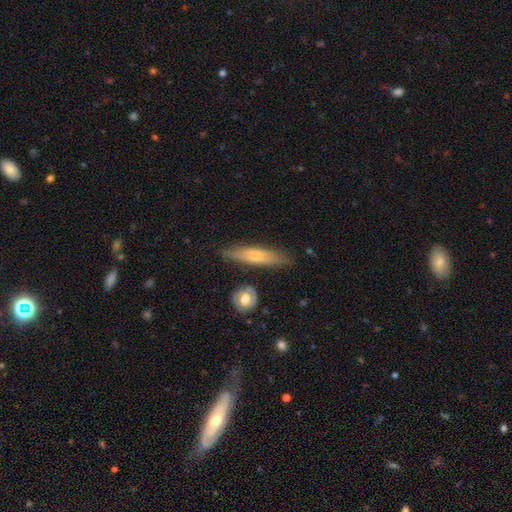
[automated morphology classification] The model was most divided on "smooth or featured": smooth: 58%, featured or disk: 35%, star or artifact: 7%. More confident: how rounded — cigar-shaped (83%); merging — none (77%).